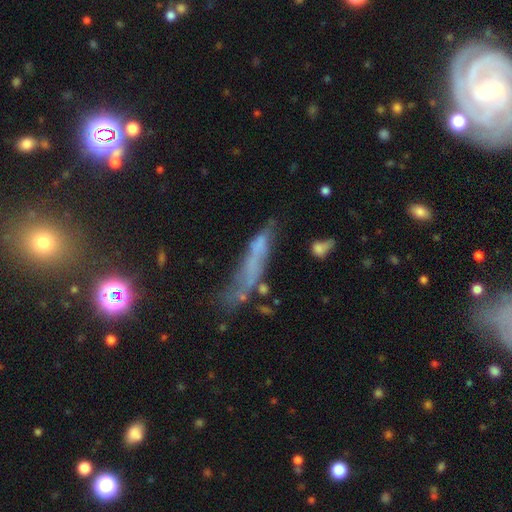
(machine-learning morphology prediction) Smooth or featured? Predicted: smooth (p=0.43). Merging? Predicted: none (p=0.36).